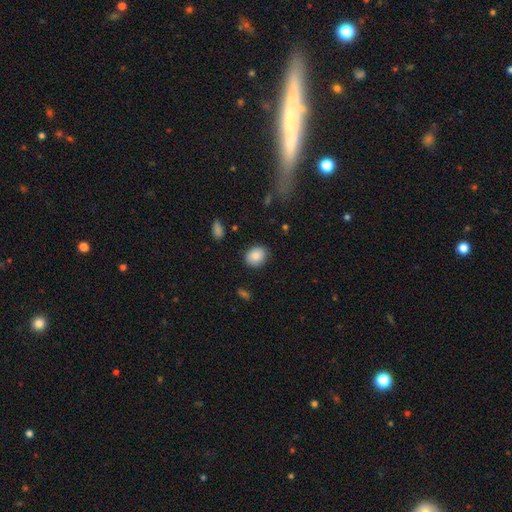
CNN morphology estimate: type=smooth (87%); roundness=round (54%); merging=none (84%).